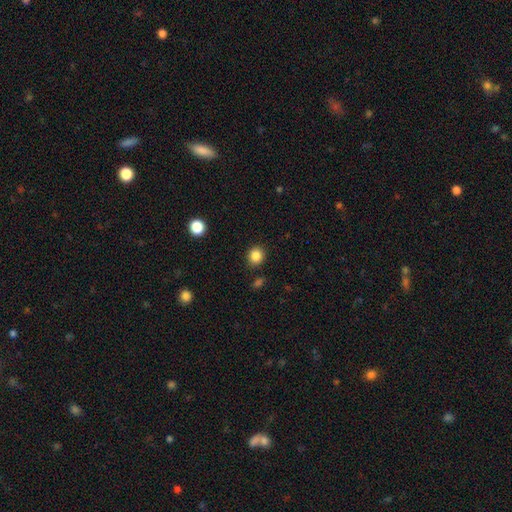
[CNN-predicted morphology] Smooth or featured? Predicted: smooth (p=0.85). How rounded? Predicted: round (p=0.82). Merging? Predicted: none (p=0.87).